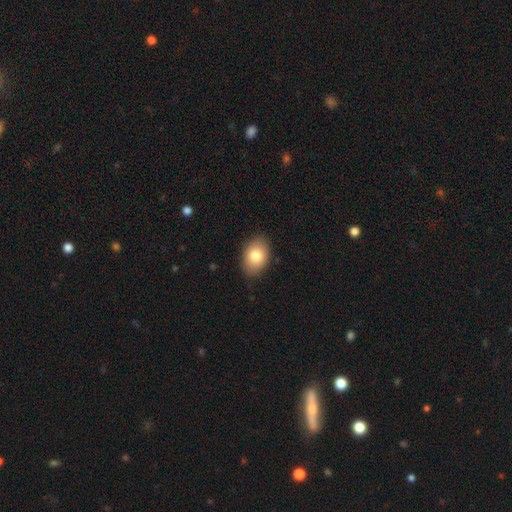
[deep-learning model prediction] Morphology: type=smooth (81%); roundness=in between (82%); merging=none (86%).